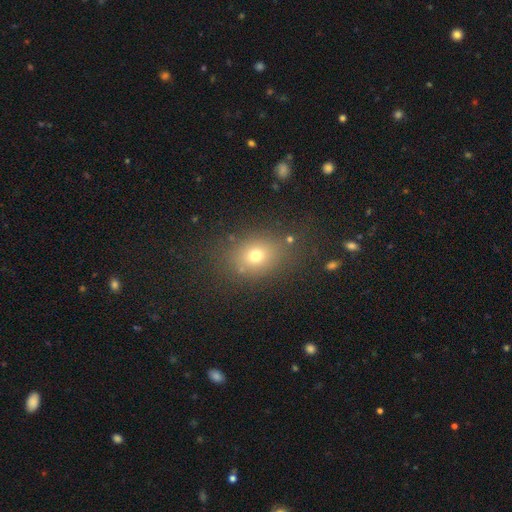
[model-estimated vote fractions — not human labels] This appears to be a smooth galaxy with no disk features (71%) that is in between round and cigar-shaped (55%). Merging: none (77%).